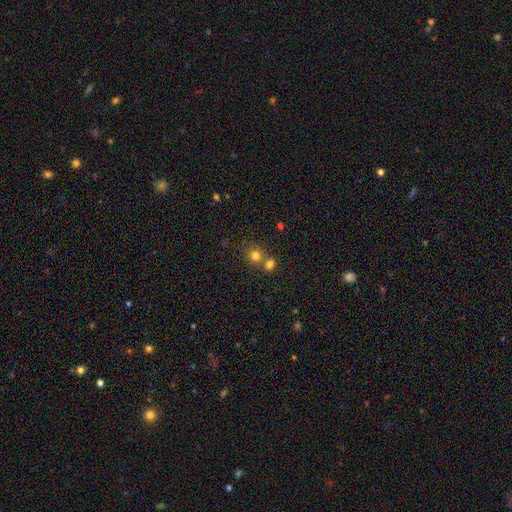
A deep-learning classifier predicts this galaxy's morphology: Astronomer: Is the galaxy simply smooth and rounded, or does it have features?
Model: smooth — 78%.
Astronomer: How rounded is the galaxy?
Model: round — 88%.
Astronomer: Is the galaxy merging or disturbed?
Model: none — 55% (runner-up: merger, 36%).